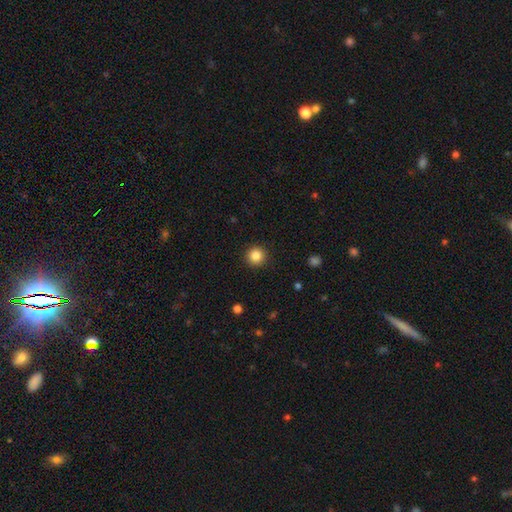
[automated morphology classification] smooth_or_featured: smooth (p=0.86) [alt: star or artifact p=0.10]
how_rounded: round (p=0.95) [alt: in between p=0.04]
merging: none (p=0.91) [alt: minor disturbance p=0.06]